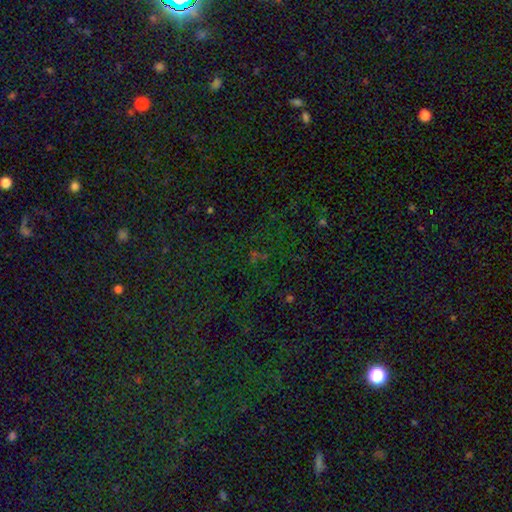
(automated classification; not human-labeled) The model was most divided on "smooth or featured": star or artifact: 74%, smooth: 18%, featured or disk: 8%.